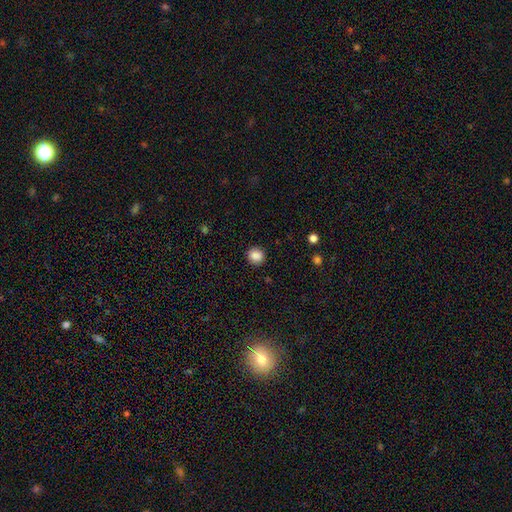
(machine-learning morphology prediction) smooth_or_featured: smooth (p=0.87) [alt: star or artifact p=0.10]
how_rounded: round (p=0.86) [alt: in between p=0.13]
merging: none (p=0.90) [alt: minor disturbance p=0.07]